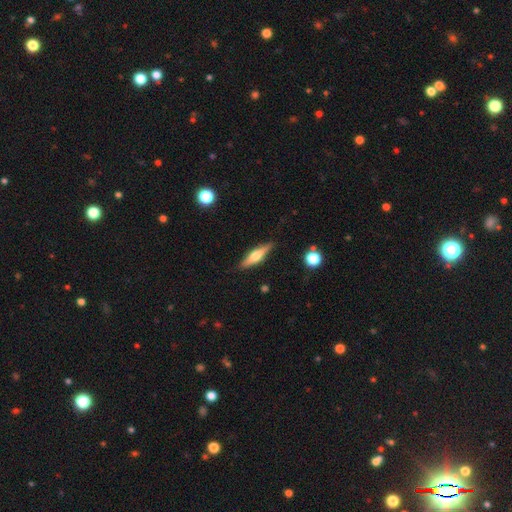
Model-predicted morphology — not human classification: featured or disk 60%, smooth 34%, star or artifact 6%. Down the decision tree: edge-on disk — yes (96%); edge-on bulge — rounded (90%); merging — none (87%).